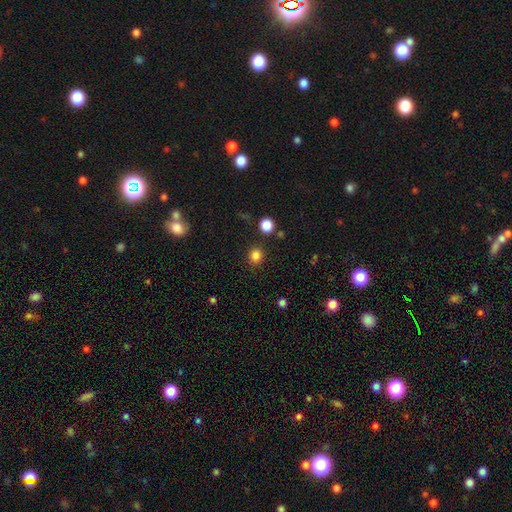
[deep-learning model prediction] Smooth or featured: smooth — 83% (star or artifact — 13%)
How rounded: round — 86% (in between — 14%)
Merging: none — 87% (minor disturbance — 7%)